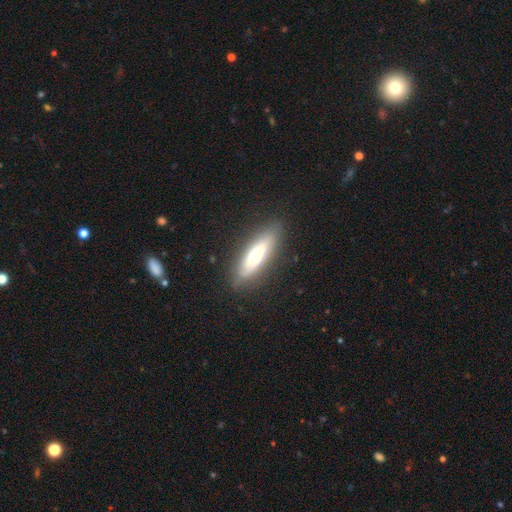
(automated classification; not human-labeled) A smooth galaxy with no disk features (55%) that is cigar-shaped (56%). Merging: none (84%).